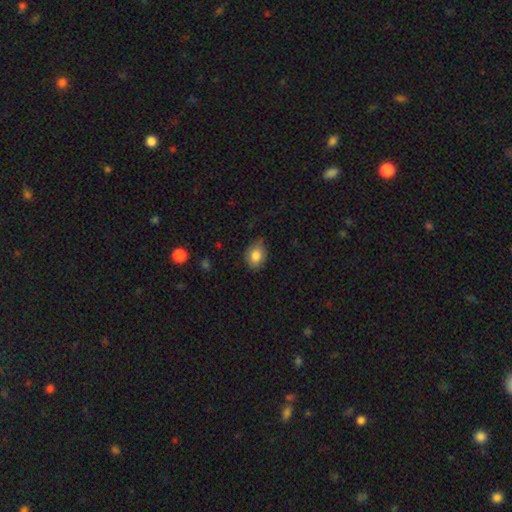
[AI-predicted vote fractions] This appears to be a smooth galaxy with no disk features (81%) that is in between round and cigar-shaped (66%). Merging: none (68%).